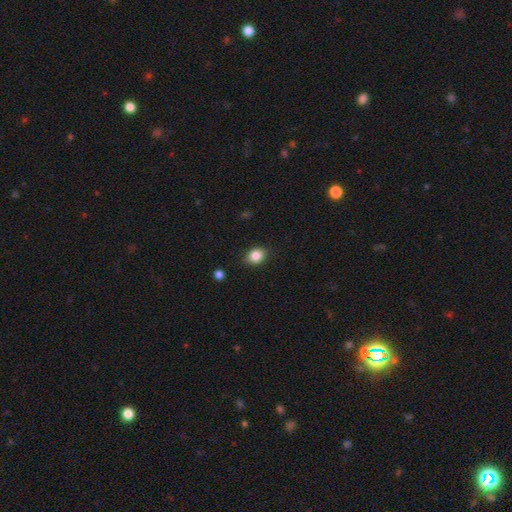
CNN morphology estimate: Q: Smooth or featured?
A: smooth (85%); runner-up: star or artifact (10%)
Q: How rounded?
A: in between (56%); runner-up: round (43%)
Q: Merging?
A: none (85%); runner-up: minor disturbance (11%)